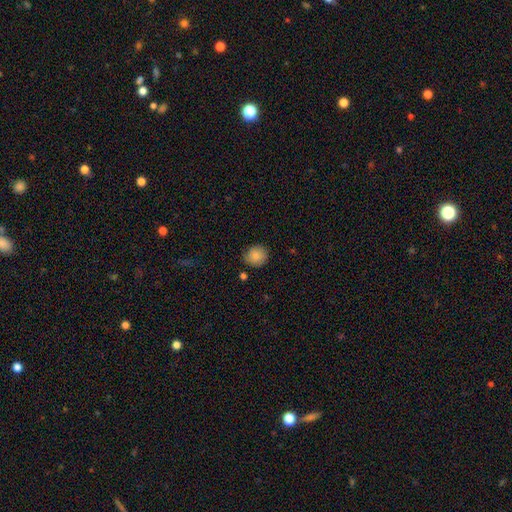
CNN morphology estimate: smooth_or_featured: smooth (p=0.84) [alt: star or artifact p=0.08]
how_rounded: round (p=0.90) [alt: in between p=0.09]
merging: none (p=0.82) [alt: minor disturbance p=0.14]